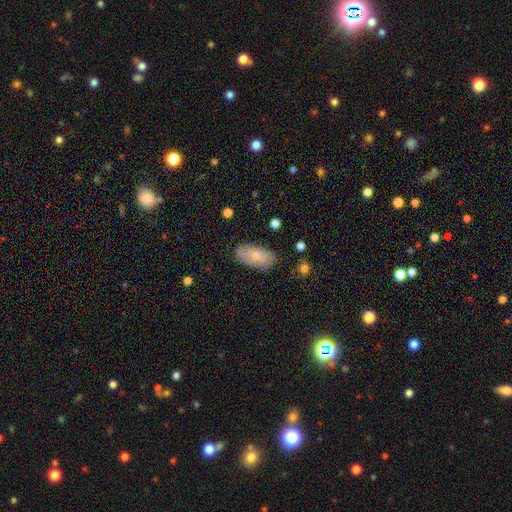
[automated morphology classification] Smooth or featured?
  - smooth: 53% *
  - featured or disk: 40%
  - star or artifact: 7%
How rounded?
  - in between: 92% *
  - cigar-shaped: 4%
  - round: 4%
Merging?
  - none: 77% *
  - minor disturbance: 17%
  - major disturbance: 4%
  - merger: 1%